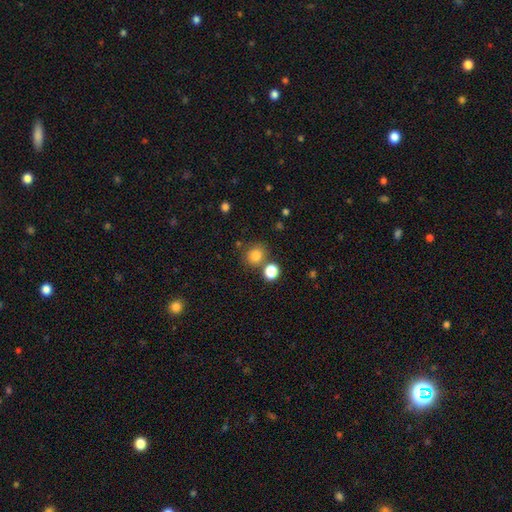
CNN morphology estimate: A smooth galaxy with no disk features (81%) that is round (84%). Merging: none (73%).